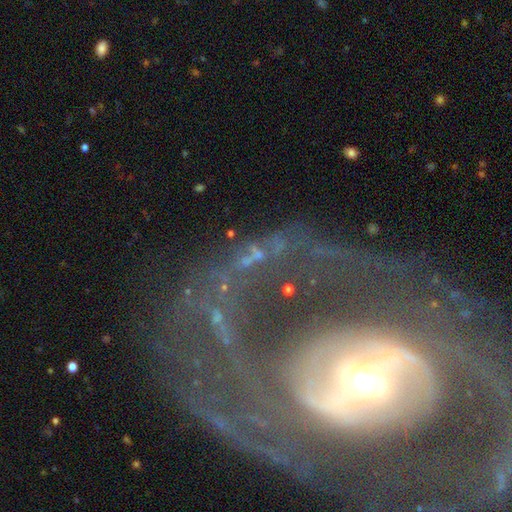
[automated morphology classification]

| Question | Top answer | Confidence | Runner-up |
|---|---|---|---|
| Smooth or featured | featured or disk | 79% | star or artifact (11%) |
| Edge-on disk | no | 92% | yes (8%) |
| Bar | strong | 37% | no (34%) |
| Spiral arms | yes | 76% | no (24%) |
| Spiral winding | tight | 39% | medium (35%) |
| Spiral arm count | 2 | 46% | can't tell (24%) |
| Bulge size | moderate | 58% | small (24%) |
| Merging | none | 54% | major disturbance (28%) |